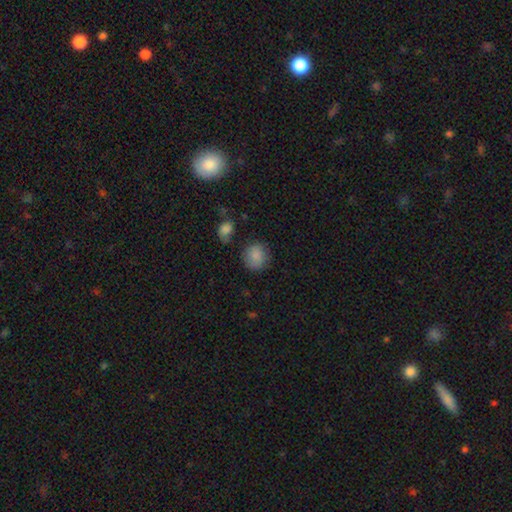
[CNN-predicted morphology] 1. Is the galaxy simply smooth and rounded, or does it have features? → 85% smooth, 9% star or artifact, 6% featured or disk.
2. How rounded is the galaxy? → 82% round, 17% in between, 1% cigar-shaped.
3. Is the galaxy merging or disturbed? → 72% none, 18% minor disturbance, 6% major disturbance, 5% merger.